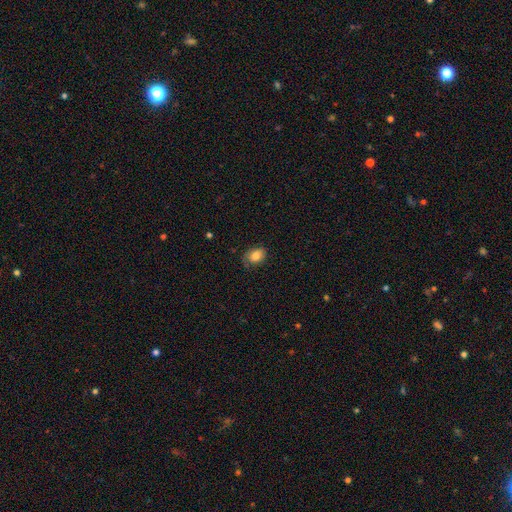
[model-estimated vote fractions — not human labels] Smooth or featured: smooth — 79% (featured or disk — 12%)
How rounded: in between — 75% (round — 24%)
Merging: none — 70% (minor disturbance — 22%)